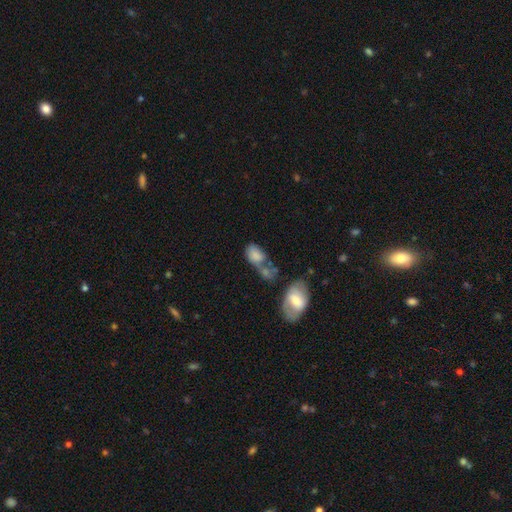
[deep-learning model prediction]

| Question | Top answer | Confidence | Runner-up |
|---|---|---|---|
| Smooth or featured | smooth | 71% | featured or disk (20%) |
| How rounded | in between | 89% | round (8%) |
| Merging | merger | 53% | none (20%) |